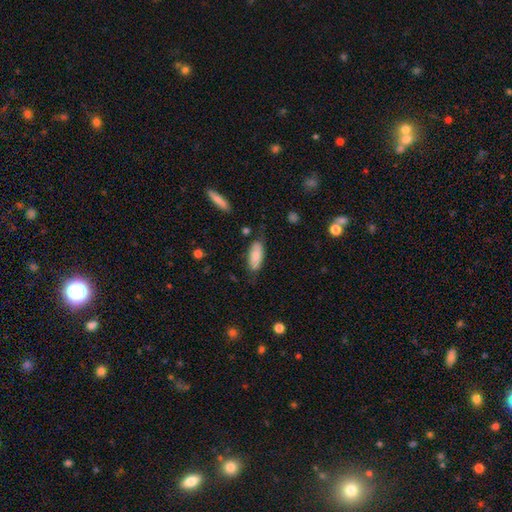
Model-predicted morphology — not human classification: A smooth galaxy with no disk features (77%) that is in between round and cigar-shaped (81%).

Vote fractions:
- Smooth or featured? smooth: 77% / featured or disk: 17% / star or artifact: 6%
- How rounded? in between: 81% / cigar-shaped: 17% / round: 2%
- Merging? none: 71% / minor disturbance: 22% / major disturbance: 5% / merger: 2%